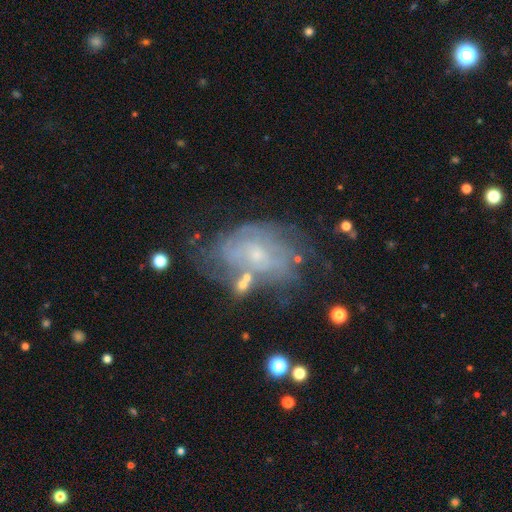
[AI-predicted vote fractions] Q: Smooth or featured?
A: featured or disk (70%); runner-up: smooth (20%)
Q: Edge-on disk?
A: no (96%); runner-up: yes (4%)
Q: Bar?
A: no (69%); runner-up: weak (26%)
Q: Spiral arms?
A: yes (70%); runner-up: no (30%)
Q: Bulge size?
A: small (70%); runner-up: moderate (22%)
Q: Merging?
A: none (49%); runner-up: minor disturbance (24%)